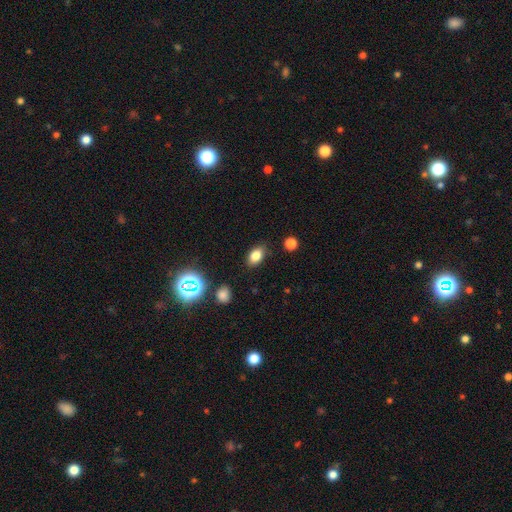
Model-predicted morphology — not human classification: This is likely a smooth galaxy (80%). How rounded: clearly in between (84%). Merging: clearly none (85%).